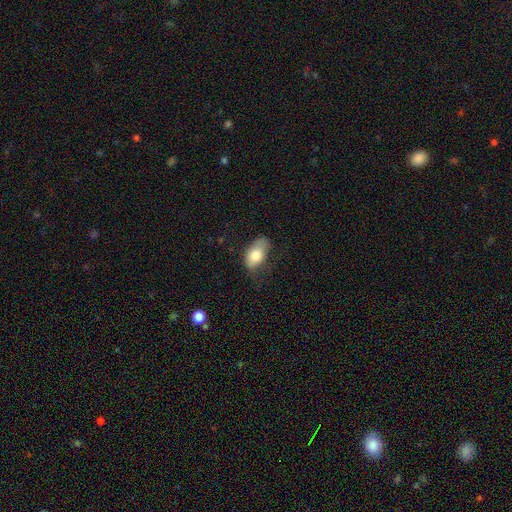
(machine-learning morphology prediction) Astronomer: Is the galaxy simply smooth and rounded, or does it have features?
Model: smooth — 77%.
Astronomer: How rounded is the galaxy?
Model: in between — 91%.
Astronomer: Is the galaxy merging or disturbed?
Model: none — 45% (runner-up: minor disturbance, 36%).